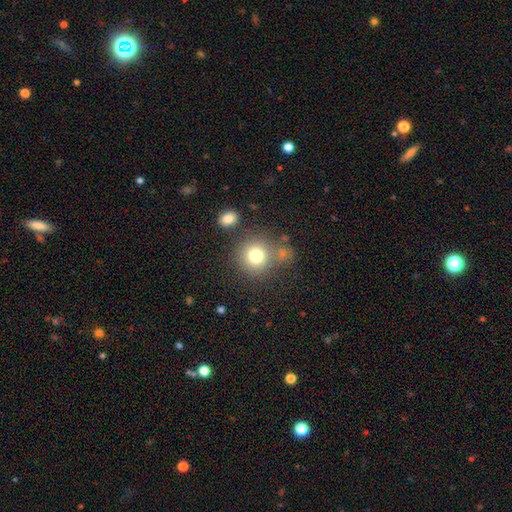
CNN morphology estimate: Smooth or featured: smooth — 78% (star or artifact — 12%)
How rounded: round — 91% (in between — 8%)
Merging: none — 69% (merger — 15%)